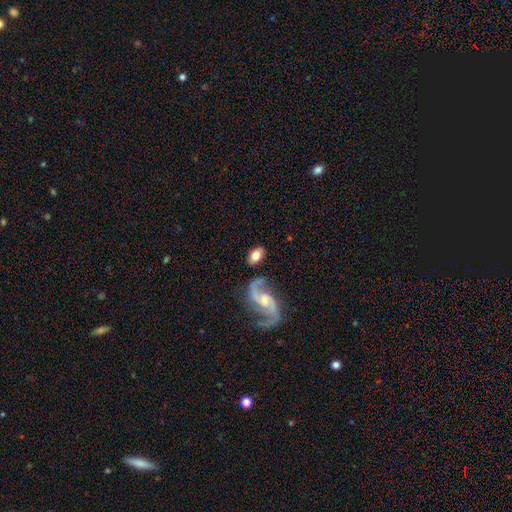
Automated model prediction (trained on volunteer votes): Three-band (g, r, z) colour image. It shows a smooth galaxy with no disk features (64%) that is in between round and cigar-shaped (91%). Merging: none (68%).